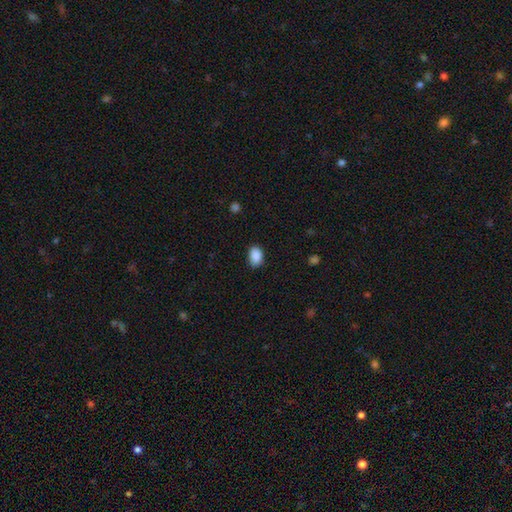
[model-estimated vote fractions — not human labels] Smooth or featured?
  - smooth: 89% *
  - star or artifact: 8%
  - featured or disk: 3%
How rounded?
  - in between: 83% *
  - round: 15%
  - cigar-shaped: 1%
Merging?
  - none: 81% *
  - minor disturbance: 16%
  - major disturbance: 3%
  - merger: 1%